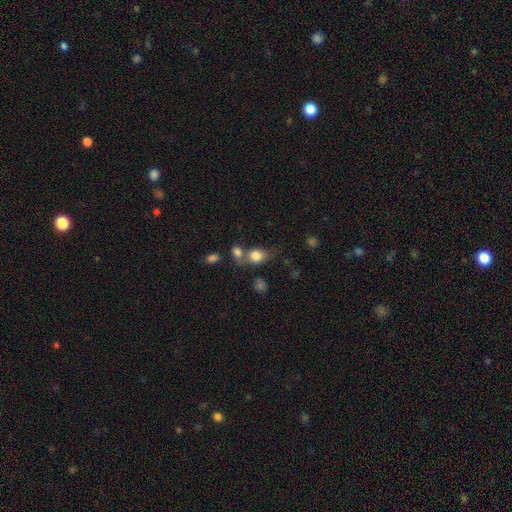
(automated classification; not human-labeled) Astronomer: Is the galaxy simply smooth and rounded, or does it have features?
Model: smooth — 81%.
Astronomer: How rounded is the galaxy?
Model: round — 53% (runner-up: in between, 45%).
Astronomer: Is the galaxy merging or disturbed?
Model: none — 43% (runner-up: merger, 35%).